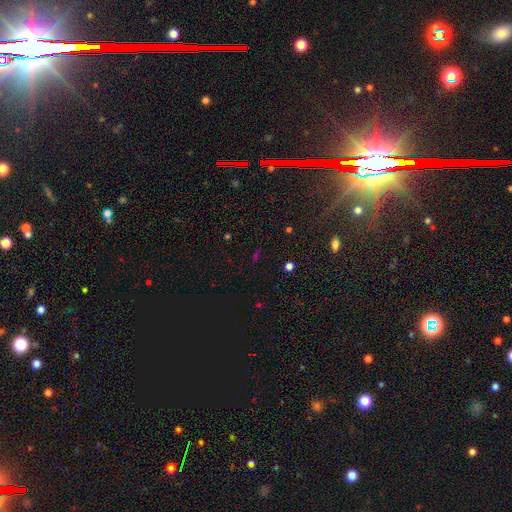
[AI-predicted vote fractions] star or artifact 56%, smooth 33%, featured or disk 11%.